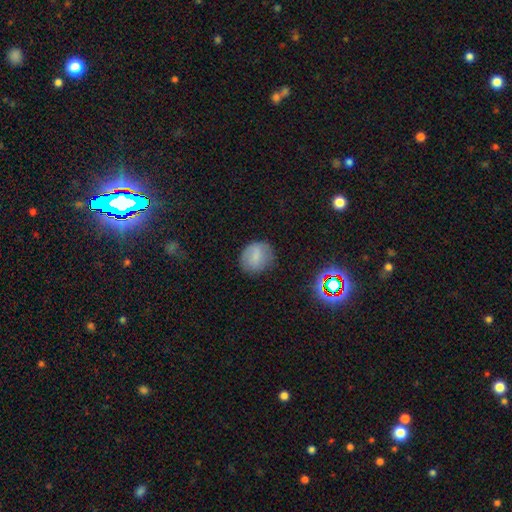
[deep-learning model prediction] A smooth galaxy with no disk features (74%) that is round (71%).

Vote fractions:
- Smooth or featured? smooth: 74% / featured or disk: 15% / star or artifact: 11%
- How rounded? round: 71% / in between: 28% / cigar-shaped: 1%
- Merging? none: 75% / minor disturbance: 17% / major disturbance: 6% / merger: 1%